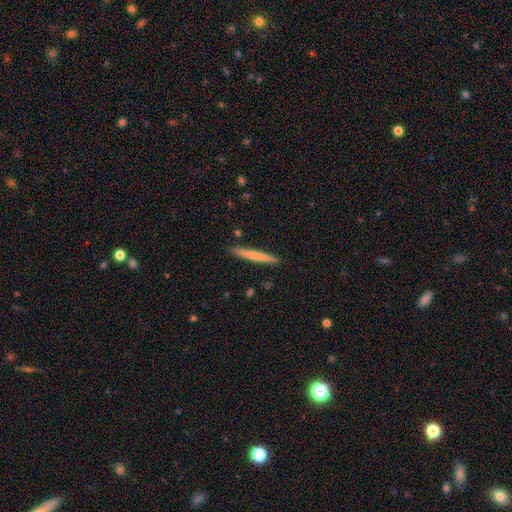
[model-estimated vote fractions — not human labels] Smooth or featured? smooth (67%)
How rounded? cigar-shaped (97%)
Merging? none (90%)